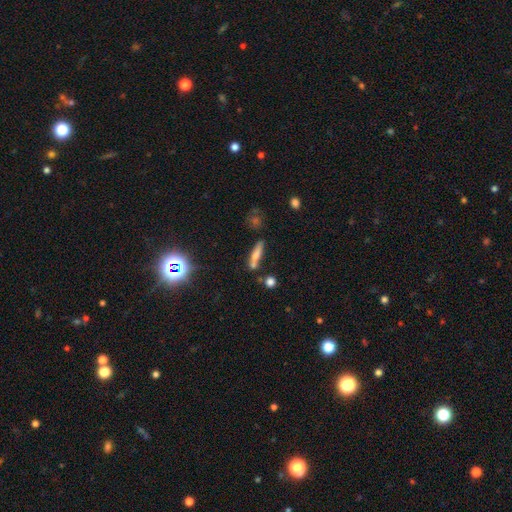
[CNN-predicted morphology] Smooth or featured? Predicted: smooth (p=0.64). How rounded? Predicted: cigar-shaped (p=0.78). Merging? Predicted: none (p=0.65).